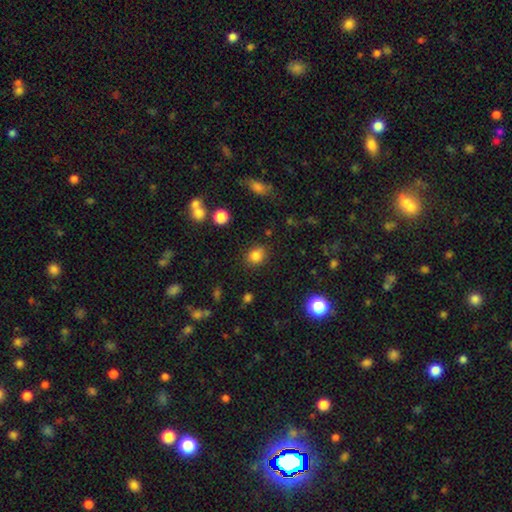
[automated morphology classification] A smooth galaxy with no disk features (82%) that is round (57%). Merging: none (84%).